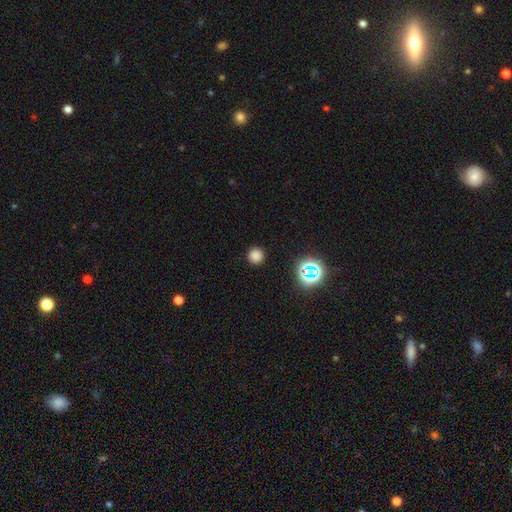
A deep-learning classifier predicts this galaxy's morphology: Smooth or featured? Predicted: smooth (p=0.77). How rounded? Predicted: round (p=0.95). Merging? Predicted: none (p=0.91).